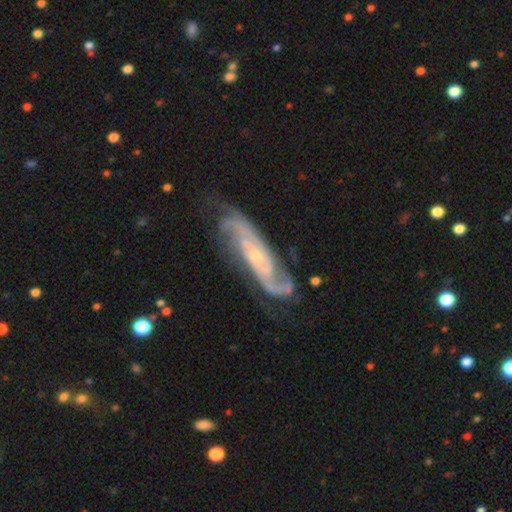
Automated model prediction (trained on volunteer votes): Overall: featured or disk (90%). Edge-on disk: no (90%). Bar: no (57%; weak 31%). Spiral arms: yes (98%). Spiral arm count: 2 (65%). Spiral winding: medium (45%; tight 42%). Bulge size: small (66%; moderate 29%). Merging: none (68%).